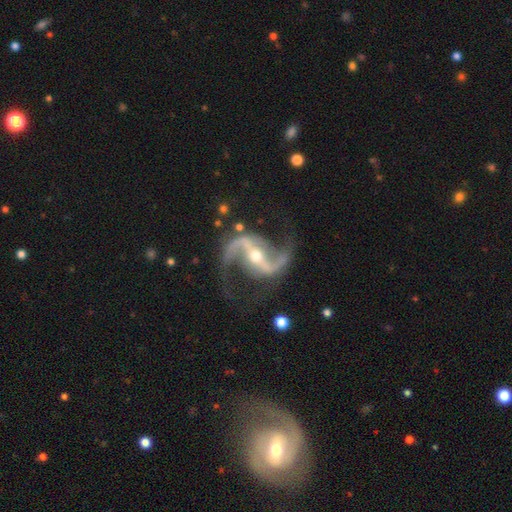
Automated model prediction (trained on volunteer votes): The model was most divided on "bulge size": moderate: 51%, small: 46%, large: 2%, none: 1%, dominant: 1%. More confident: spiral arms — yes (98%); edge-on disk — no (97%); spiral arm count — 2 (95%); smooth or featured — featured or disk (93%); merging — none (79%); bar — strong (59%); spiral winding — loose (53%).